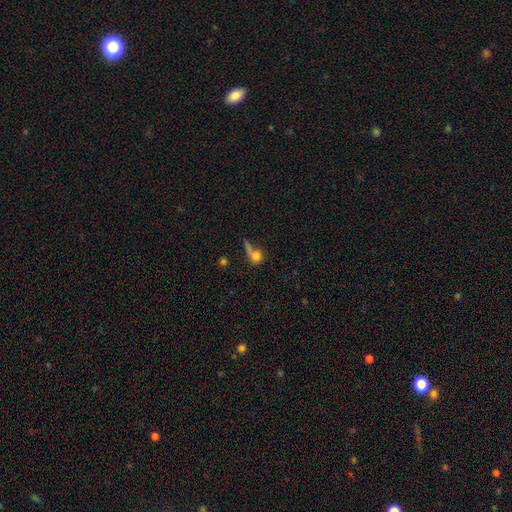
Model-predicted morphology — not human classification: This appears to be a smooth galaxy with no disk features (70%) that is round (69%). Merging: none (34%).